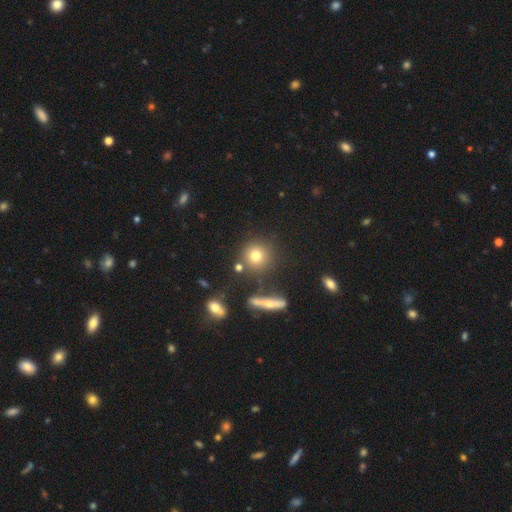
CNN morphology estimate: Smooth or featured: smooth — 73% (star or artifact — 14%)
How rounded: round — 91% (in between — 7%)
Merging: none — 79% (minor disturbance — 9%)